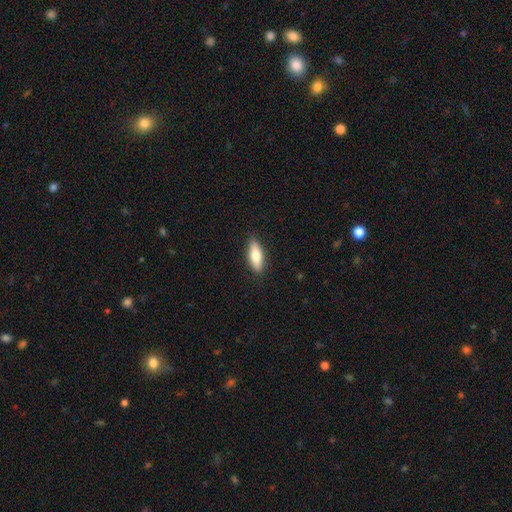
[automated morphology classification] type=smooth (69%); roundness=in between (59%); merging=none (88%).